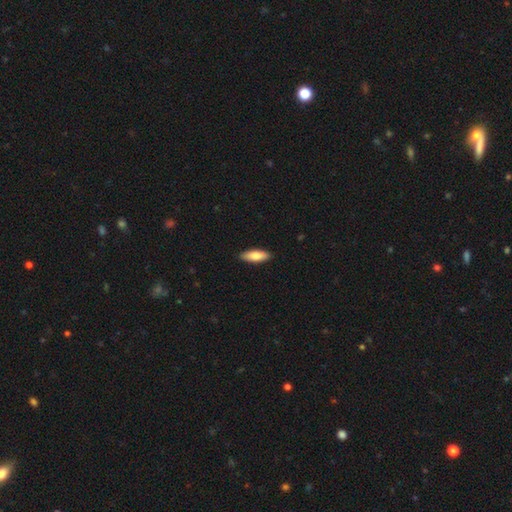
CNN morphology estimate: type=smooth (81%); roundness=in between (60%); merging=none (90%).